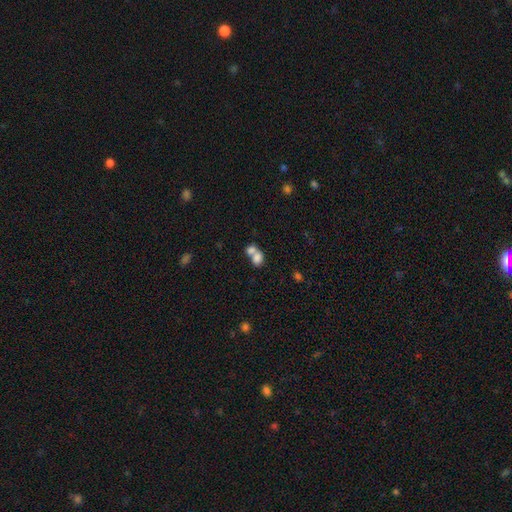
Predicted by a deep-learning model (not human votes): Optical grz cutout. It shows a smooth galaxy with no disk features (76%) that is in between round and cigar-shaped (64%). Merging: merger (70%).